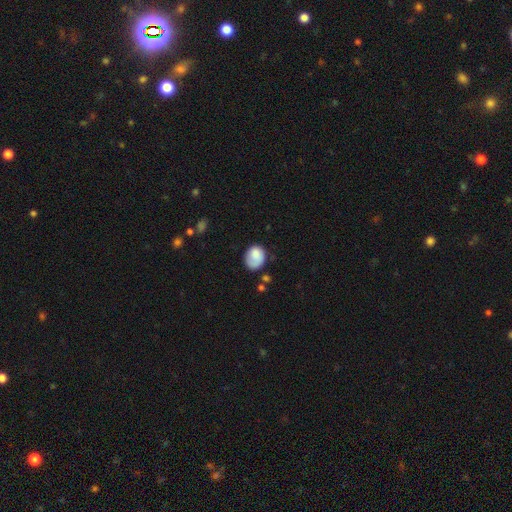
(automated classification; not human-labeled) A smooth galaxy with no disk features (80%) that is in between round and cigar-shaped (54%).

Vote fractions:
- Smooth or featured? smooth: 80% / featured or disk: 13% / star or artifact: 7%
- How rounded? in between: 54% / round: 45% / cigar-shaped: 1%
- Merging? none: 55% / minor disturbance: 30% / major disturbance: 12% / merger: 4%